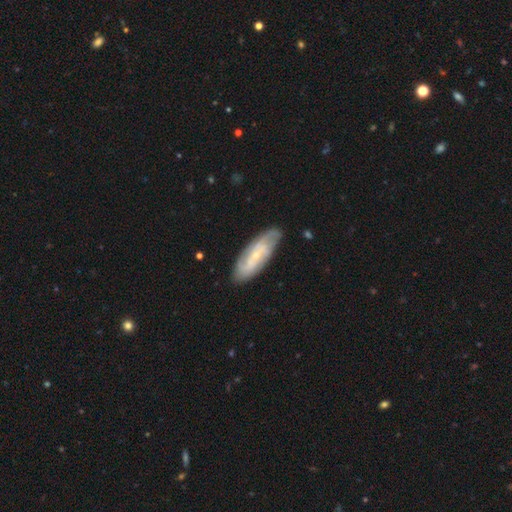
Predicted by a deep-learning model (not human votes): smooth-or-featured: featured or disk: 70% | smooth: 24% | star or artifact: 6%
  disk-edge-on: no: 87% | yes: 13%
    bar: no: 51% | weak: 37% | strong: 12%
    has-spiral-arms: yes: 88% | no: 12%
      spiral-winding: tight: 44% | medium: 39% | loose: 17%
      spiral-arm-count: 2: 43% | can't tell: 34% | 3: 11% | 4: 5% | 1: 3% | more than 4: 3%
    bulge-size: small: 74% | moderate: 21% | none: 3% | large: 1% | dominant: 1%
  merging: none: 77% | minor disturbance: 17% | major disturbance: 4% | merger: 2%